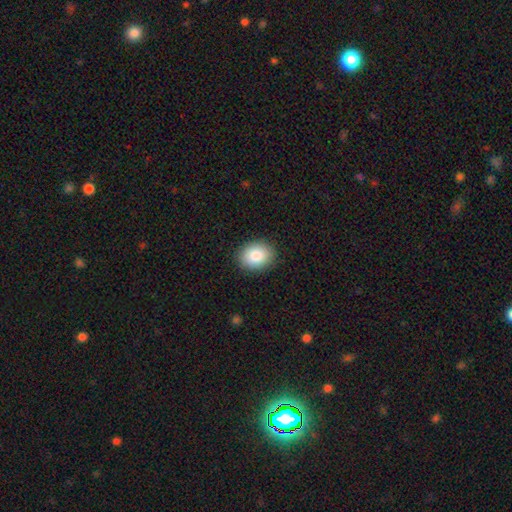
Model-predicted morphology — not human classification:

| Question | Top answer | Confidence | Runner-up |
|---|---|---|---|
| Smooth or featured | smooth | 86% | star or artifact (7%) |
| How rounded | in between | 58% | round (41%) |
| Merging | none | 89% | minor disturbance (8%) |